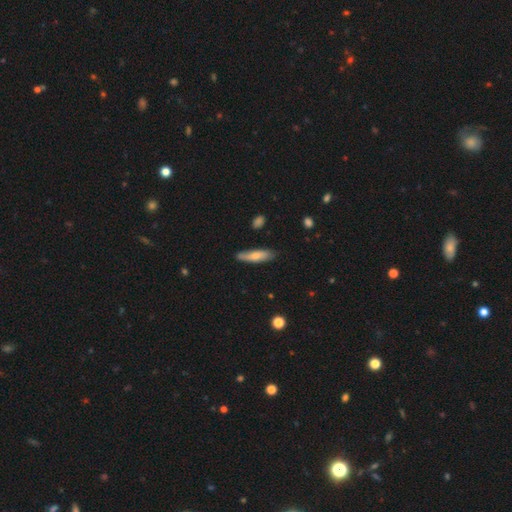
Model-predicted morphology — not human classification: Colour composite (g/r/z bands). It shows a smooth galaxy with no disk features (66%) that is cigar-shaped (67%). Merging: none (81%).